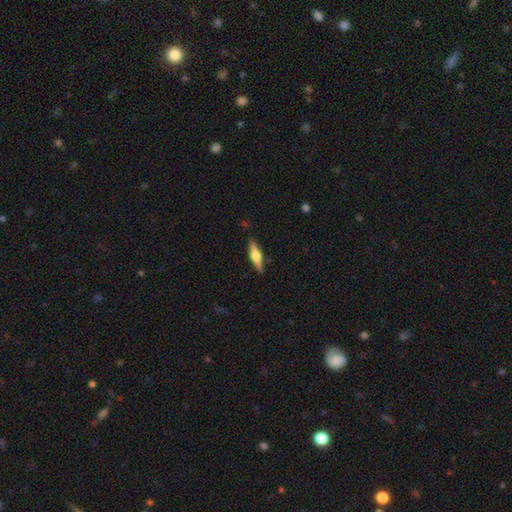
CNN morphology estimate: This appears to be a featured or disk galaxy (56%) viewed edge-on (96%) with a rounded central bulge (91%). Merging: none (89%).